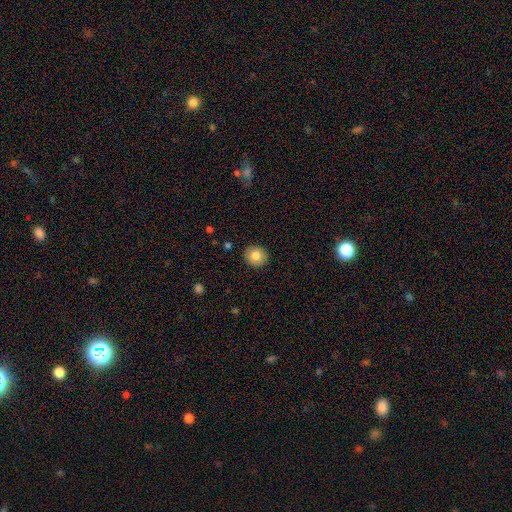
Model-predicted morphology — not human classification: type=smooth (80%); roundness=round (81%); merging=none (89%).